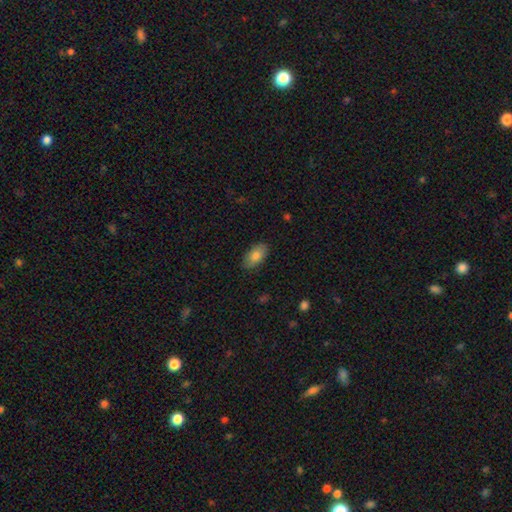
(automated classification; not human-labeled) Smooth or featured: smooth — 82% (featured or disk — 11%)
How rounded: in between — 93% (round — 4%)
Merging: none — 86% (minor disturbance — 11%)